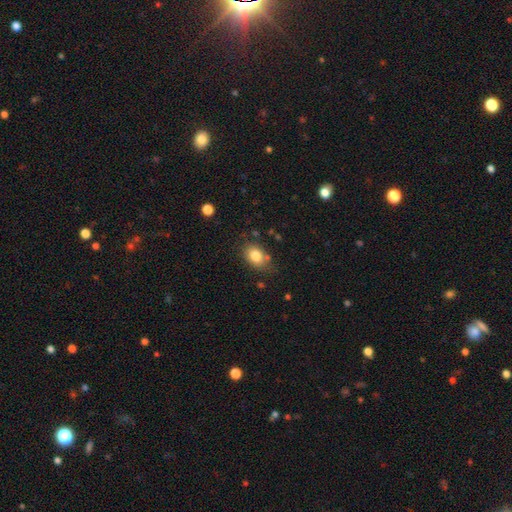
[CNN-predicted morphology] type=smooth (82%); roundness=in between (74%); merging=none (71%).